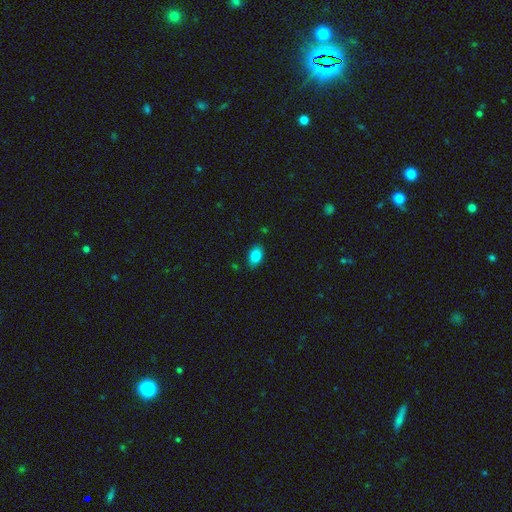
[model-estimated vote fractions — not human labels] Smooth or featured?
  - smooth: 85% *
  - star or artifact: 8%
  - featured or disk: 7%
How rounded?
  - in between: 88% *
  - round: 11%
  - cigar-shaped: 2%
Merging?
  - none: 84% *
  - minor disturbance: 13%
  - major disturbance: 2%
  - merger: 1%